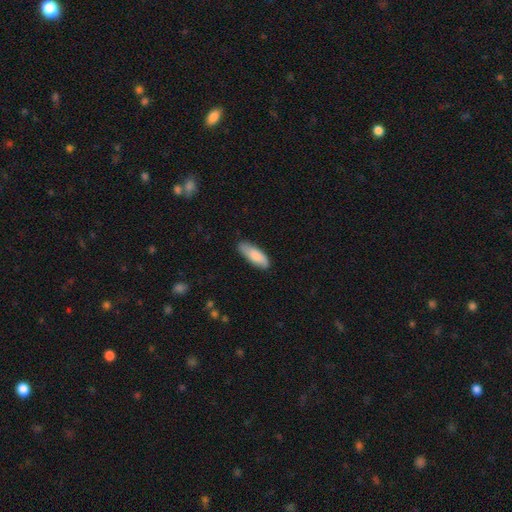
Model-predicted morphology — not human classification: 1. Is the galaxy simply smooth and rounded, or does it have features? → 82% smooth, 13% featured or disk, 5% star or artifact.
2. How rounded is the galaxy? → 65% in between, 34% cigar-shaped, 2% round.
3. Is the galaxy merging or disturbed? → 79% none, 17% minor disturbance, 3% major disturbance, 1% merger.